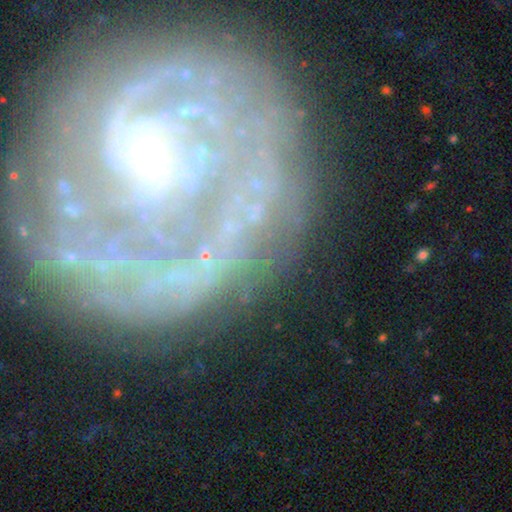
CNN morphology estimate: A featured or disk galaxy (73%) with no bar (56%), tight (55%) spiral arms (75%) and a small central bulge (66%). Merging: none (62%).